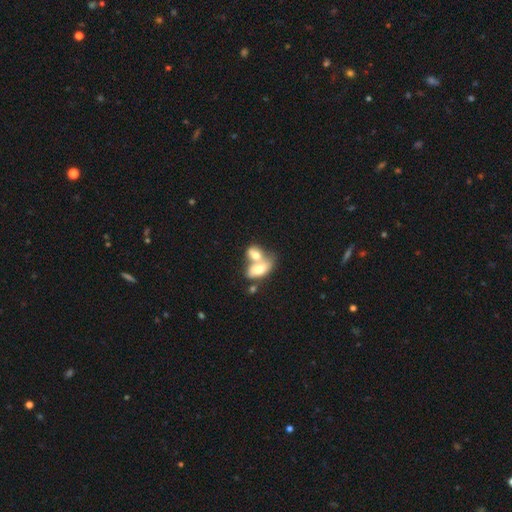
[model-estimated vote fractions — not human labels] smooth_or_featured: smooth (p=0.67) [alt: featured or disk p=0.27]
how_rounded: in between (p=0.85) [alt: round p=0.11]
merging: merger (p=0.76) [alt: none p=0.15]